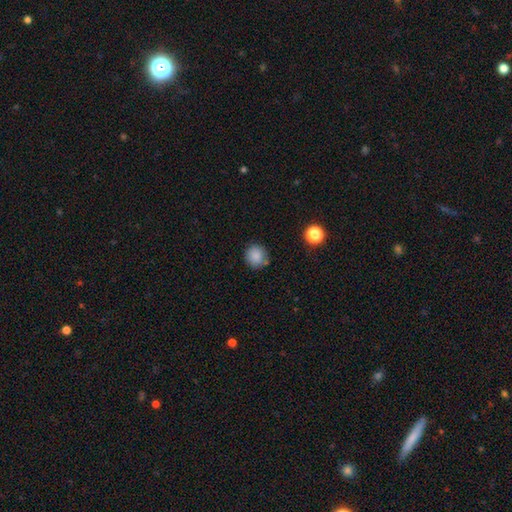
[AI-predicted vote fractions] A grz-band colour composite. It shows a smooth galaxy with no disk features (86%) that is round (90%). Merging: none (79%).